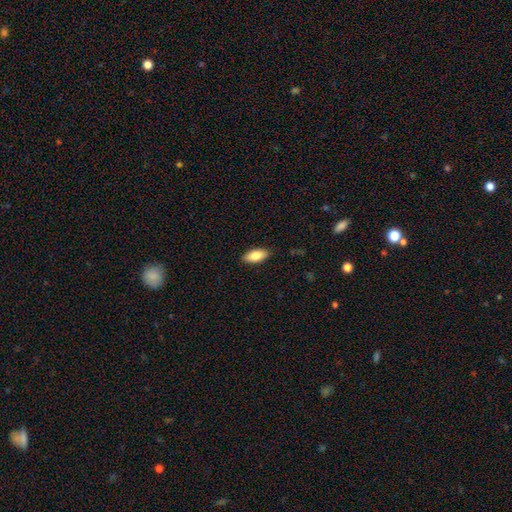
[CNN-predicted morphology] This is clearly a smooth galaxy (84%). How rounded: clearly in between (87%). Merging: clearly none (89%).